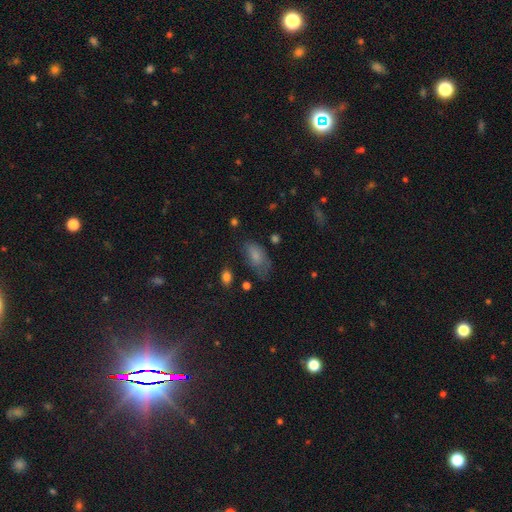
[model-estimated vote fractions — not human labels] Smooth or featured: smooth — 75% (featured or disk — 15%)
How rounded: in between — 91% (round — 5%)
Merging: none — 47% (minor disturbance — 32%)